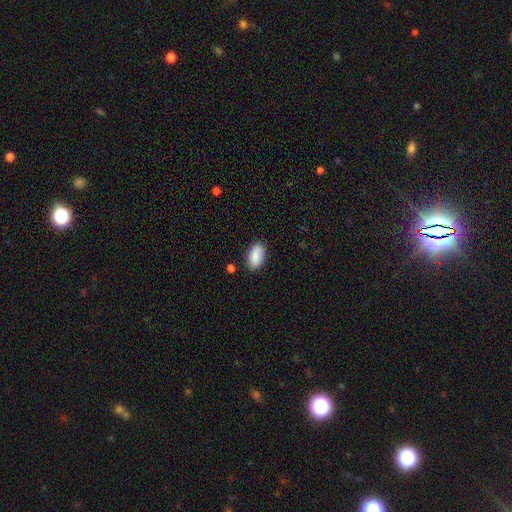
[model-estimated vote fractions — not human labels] Smooth or featured? Predicted: smooth (p=0.87). How rounded? Predicted: in between (p=0.93). Merging? Predicted: none (p=0.80).